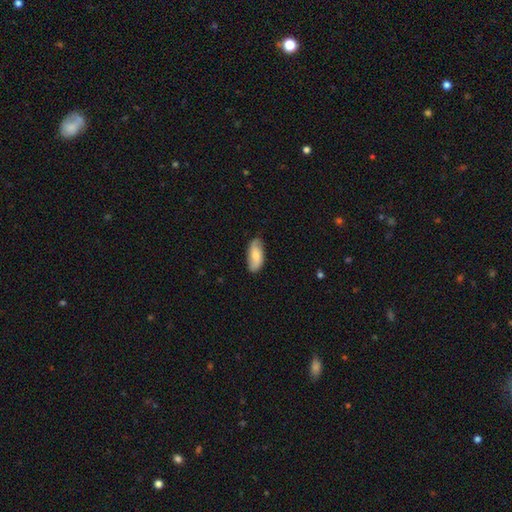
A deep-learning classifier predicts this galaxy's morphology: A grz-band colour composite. It shows a smooth galaxy with no disk features (69%) that is in between round and cigar-shaped (88%). Merging: none (77%).